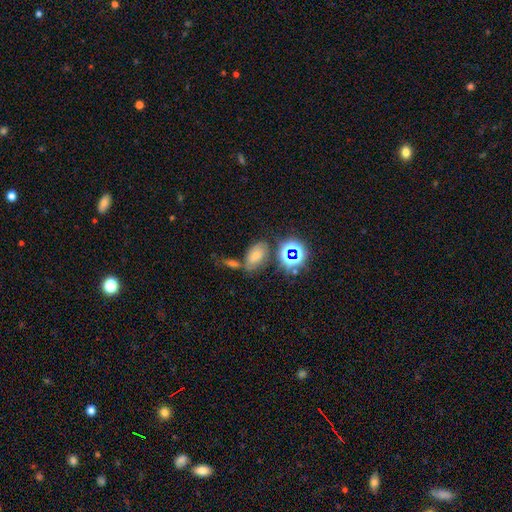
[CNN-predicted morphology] Q: Smooth or featured?
A: smooth (61%); runner-up: star or artifact (25%)
Q: How rounded?
A: in between (89%); runner-up: round (9%)
Q: Merging?
A: none (57%); runner-up: merger (20%)